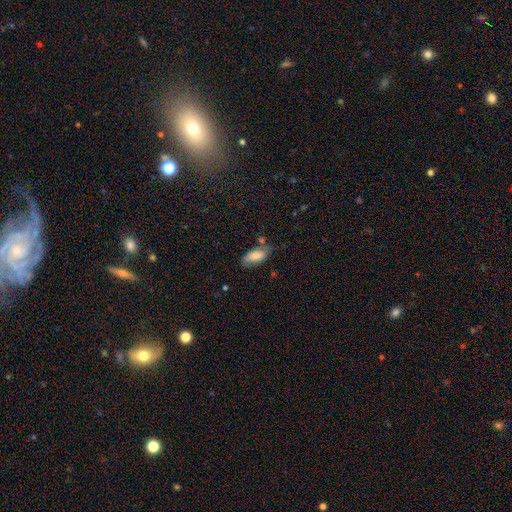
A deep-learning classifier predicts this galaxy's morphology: Smooth or featured: smooth — 76% (featured or disk — 17%)
How rounded: in between — 86% (cigar-shaped — 12%)
Merging: none — 62% (minor disturbance — 24%)